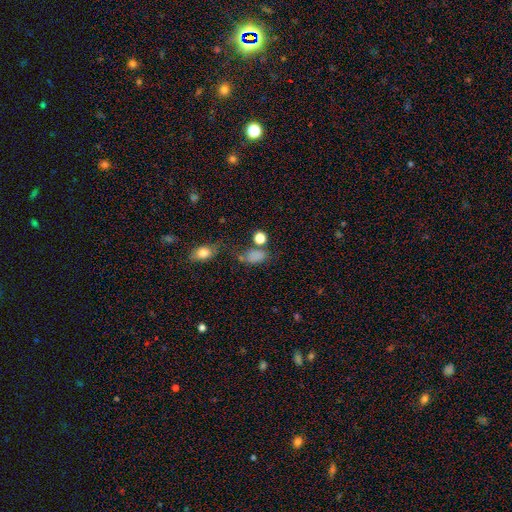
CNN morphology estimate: Smooth or featured? smooth (76%)
How rounded? in between (75%)
Merging? none (48%)